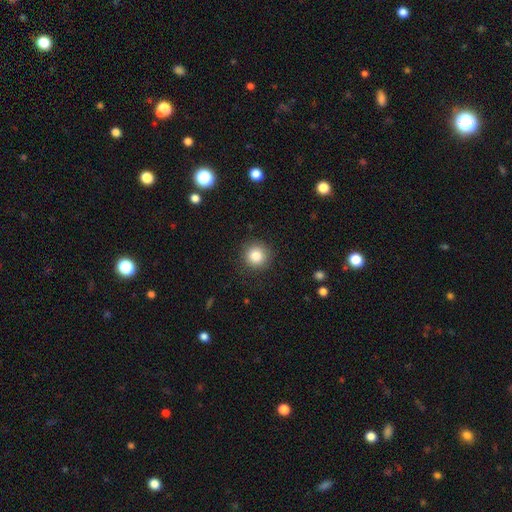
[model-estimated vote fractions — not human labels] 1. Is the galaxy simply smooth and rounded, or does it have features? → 84% smooth, 10% star or artifact, 6% featured or disk.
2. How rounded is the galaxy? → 94% round, 5% in between, 1% cigar-shaped.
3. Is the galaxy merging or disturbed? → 89% none, 7% minor disturbance, 2% major disturbance, 1% merger.